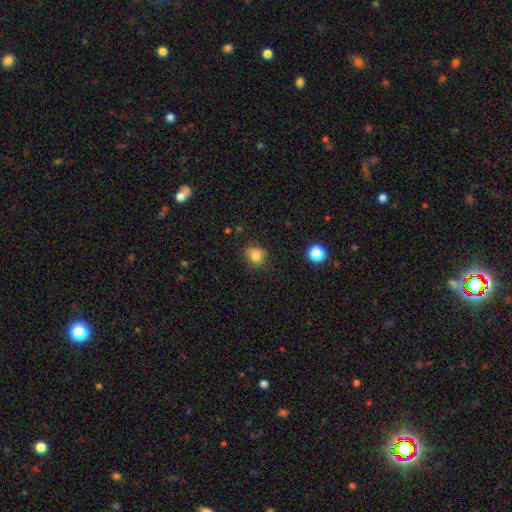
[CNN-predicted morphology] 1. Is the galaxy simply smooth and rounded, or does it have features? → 80% smooth, 12% star or artifact, 7% featured or disk.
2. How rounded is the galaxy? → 71% round, 28% in between, 1% cigar-shaped.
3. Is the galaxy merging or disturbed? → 72% none, 21% minor disturbance, 5% major disturbance, 2% merger.